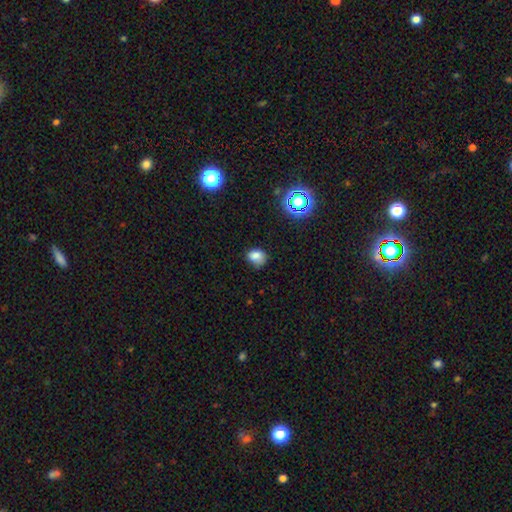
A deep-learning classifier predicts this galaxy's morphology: type=smooth (78%); roundness=in between (50%); merging=none (60%).